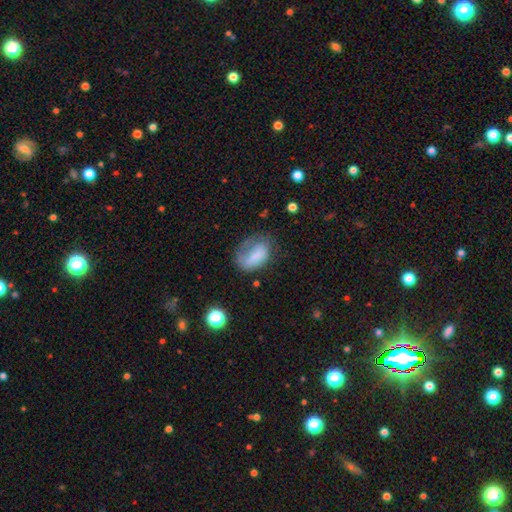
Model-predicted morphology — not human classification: This appears to be a smooth galaxy with no disk features (67%) that is in between round and cigar-shaped (83%). Merging: none (38%).